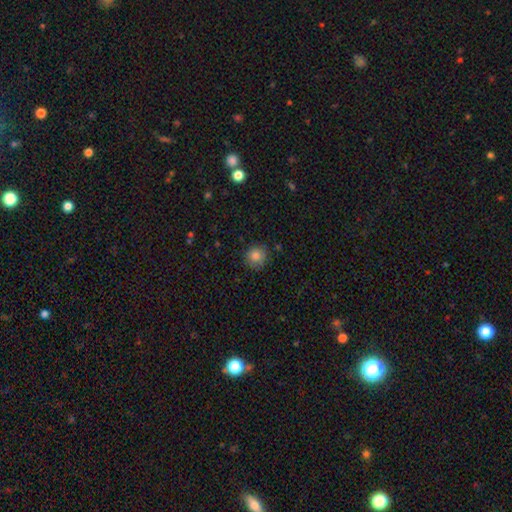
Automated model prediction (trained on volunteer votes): Smooth or featured? smooth (84%)
How rounded? round (90%)
Merging? none (86%)